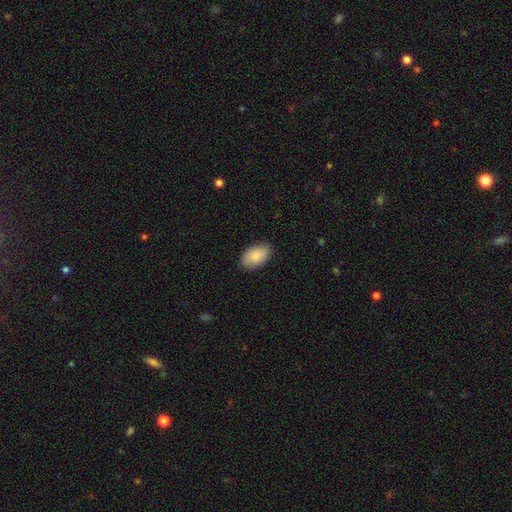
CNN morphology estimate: This is clearly a smooth galaxy (87%). How rounded: clearly in between (94%). Merging: clearly none (86%).